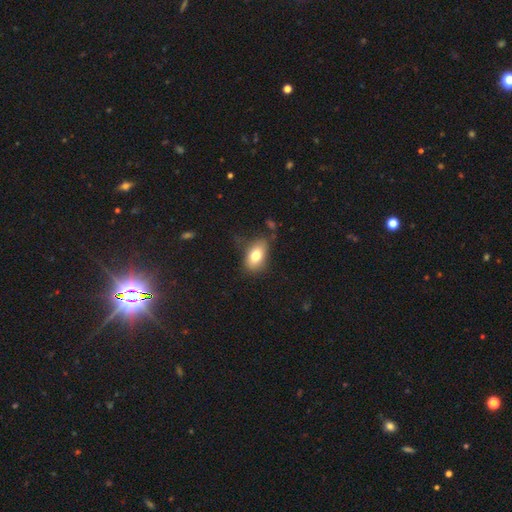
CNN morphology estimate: Overall: smooth (77%). How rounded: in between (88%). Merging: none (71%).